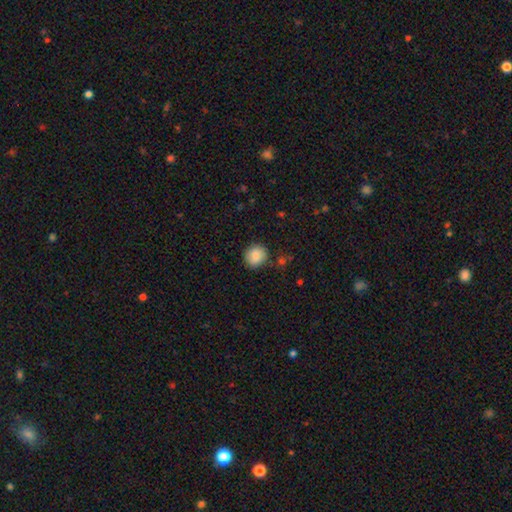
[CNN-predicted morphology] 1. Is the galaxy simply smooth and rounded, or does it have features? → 86% smooth, 8% star or artifact, 6% featured or disk.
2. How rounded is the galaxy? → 84% round, 15% in between, 1% cigar-shaped.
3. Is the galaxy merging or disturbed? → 84% none, 11% minor disturbance, 3% major disturbance, 2% merger.